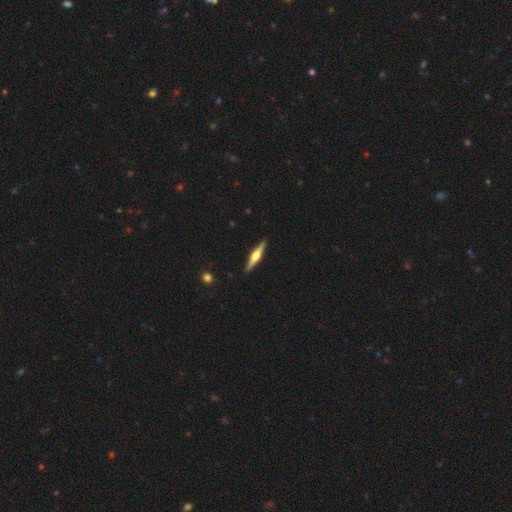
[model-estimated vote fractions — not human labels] A featured or disk galaxy (72%) viewed edge-on (98%) with a rounded central bulge (90%).

Vote fractions:
- Smooth or featured? featured or disk: 72% / smooth: 23% / star or artifact: 5%
- Edge-on disk? yes: 98% / no: 2%
- Edge-on bulge? rounded: 90% / boxy: 7% / none: 3%
- Merging? none: 91% / minor disturbance: 6% / major disturbance: 1% / merger: 1%